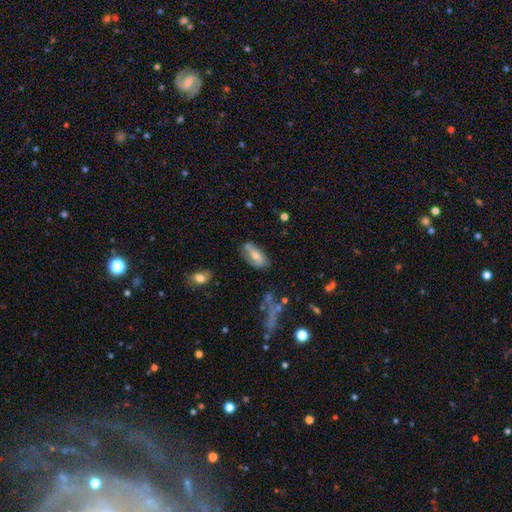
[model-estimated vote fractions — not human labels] smooth_or_featured: smooth (p=0.50) [alt: featured or disk p=0.42]
how_rounded: in between (p=0.82) [alt: cigar-shaped p=0.15]
merging: none (p=0.66) [alt: minor disturbance p=0.23]